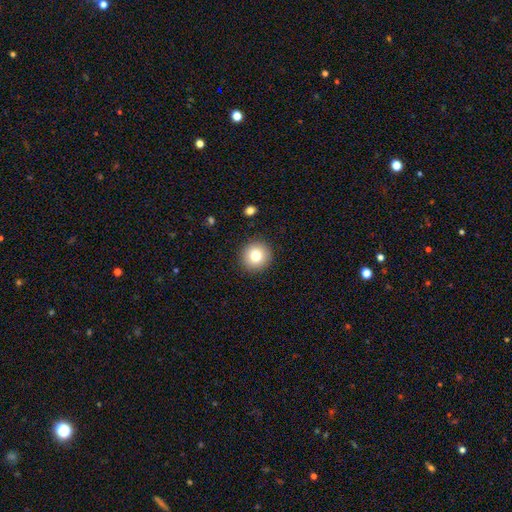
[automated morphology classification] smooth 78%, star or artifact 11%, featured or disk 11%. Down the decision tree: how rounded — round (95%); merging — none (92%).